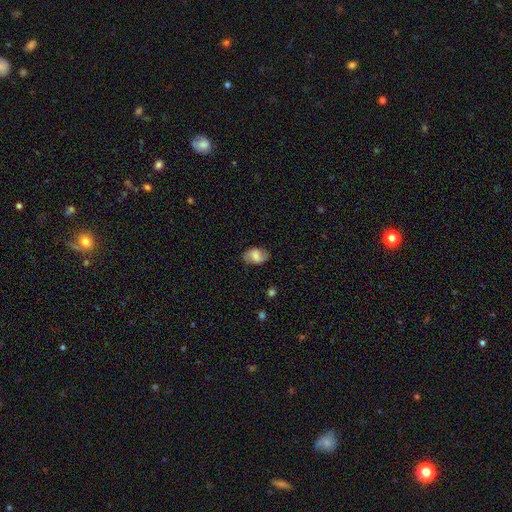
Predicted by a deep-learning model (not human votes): This is possibly a smooth galaxy (56%). How rounded: clearly in between (85%). Merging: likely none (75%).